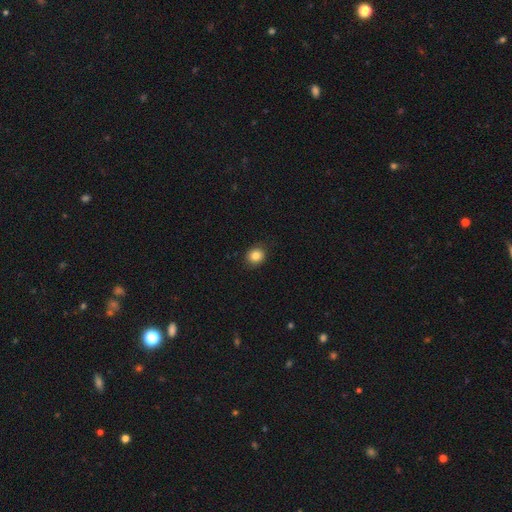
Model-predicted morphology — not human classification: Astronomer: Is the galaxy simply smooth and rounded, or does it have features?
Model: smooth — 84%.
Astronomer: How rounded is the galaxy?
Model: round — 75%.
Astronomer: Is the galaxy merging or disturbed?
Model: none — 89%.